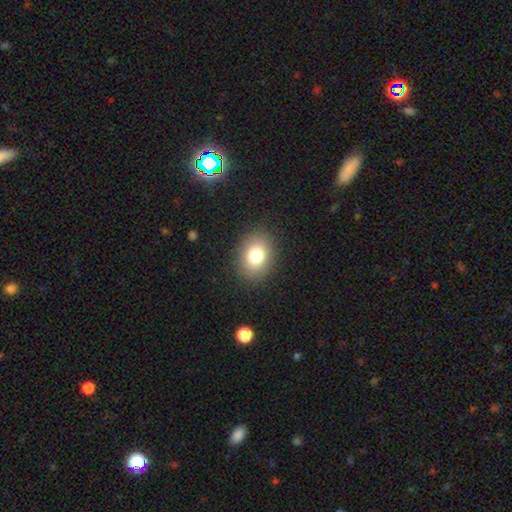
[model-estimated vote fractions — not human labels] This is likely a smooth galaxy (79%). How rounded: likely in between (62%). Merging: clearly none (88%).